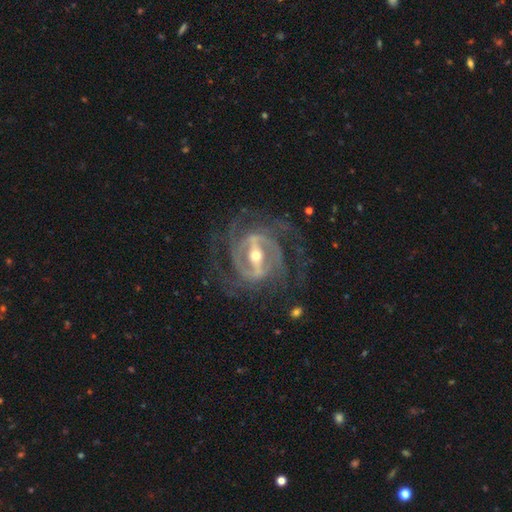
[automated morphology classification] This appears to be a featured or disk galaxy (92%) with a strong bar (75%), 2 (35%) tight (49%) spiral arms (97%) and a moderate central bulge (55%). Merging: none (73%).